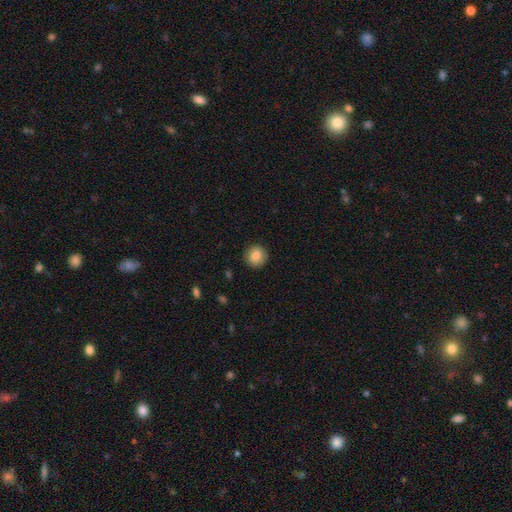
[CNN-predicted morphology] Smooth or featured: smooth — 84% (star or artifact — 9%)
How rounded: round — 92% (in between — 7%)
Merging: none — 90% (minor disturbance — 7%)